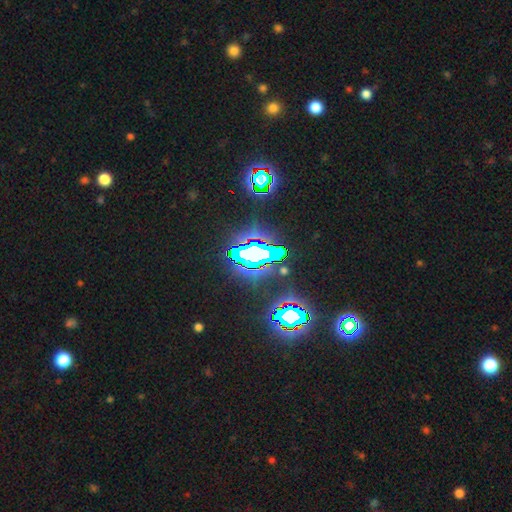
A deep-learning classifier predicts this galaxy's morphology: smooth_or_featured: star or artifact (p=0.69) [alt: smooth p=0.17]